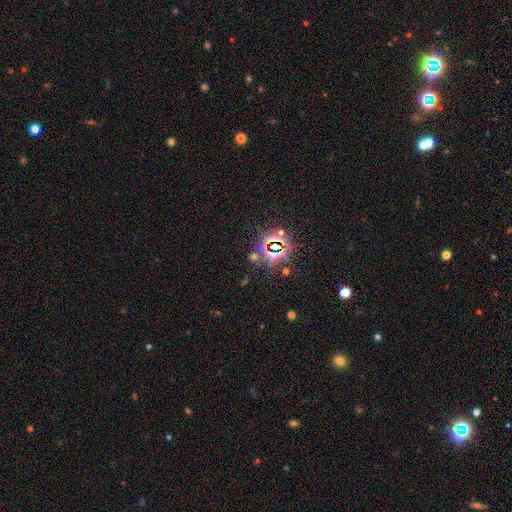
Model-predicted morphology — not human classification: smooth_or_featured: star or artifact (p=0.81) [alt: smooth p=0.11]